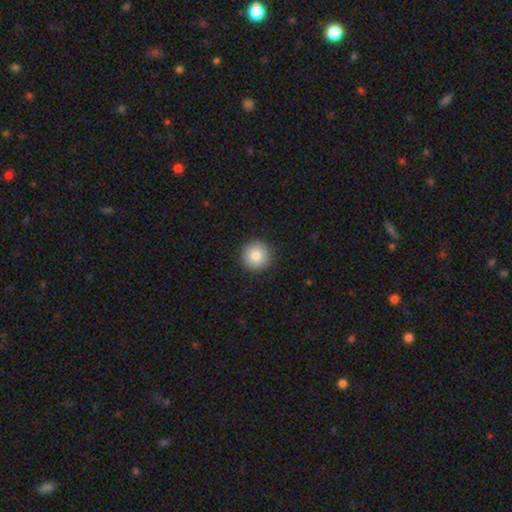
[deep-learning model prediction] This appears to be a smooth galaxy with no disk features (84%) that is round (96%). Merging: none (93%).